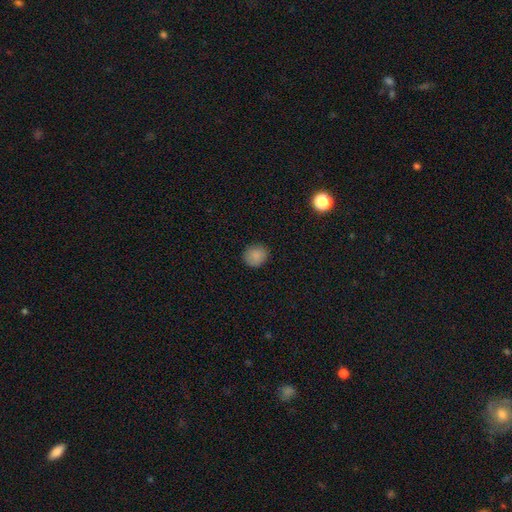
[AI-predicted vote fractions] Overall: smooth (86%). How rounded: round (82%). Merging: none (87%).